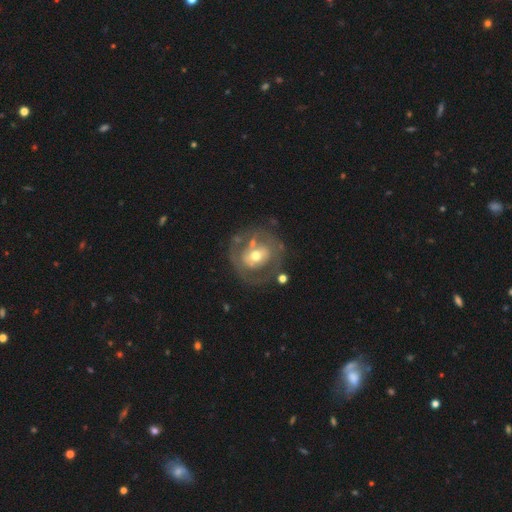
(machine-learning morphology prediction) Smooth or featured? Predicted: featured or disk (p=0.65). Edge-on disk? Predicted: no (p=0.96). Bar? Predicted: no (p=0.59). Spiral arms? Predicted: no (p=0.62). Bulge size? Predicted: moderate (p=0.68). Merging? Predicted: none (p=0.64).